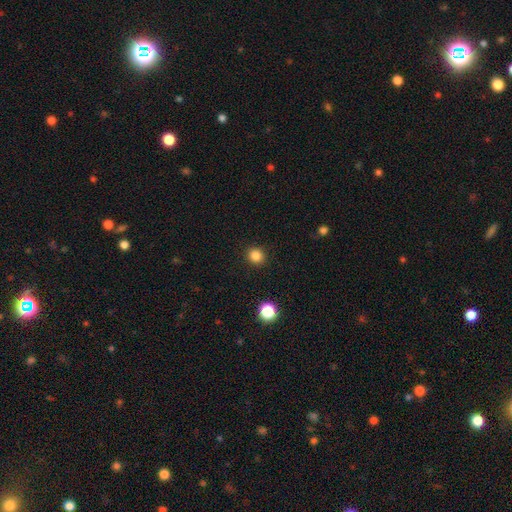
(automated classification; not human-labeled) Smooth or featured: smooth — 84% (star or artifact — 12%)
How rounded: round — 85% (in between — 14%)
Merging: none — 92% (minor disturbance — 5%)